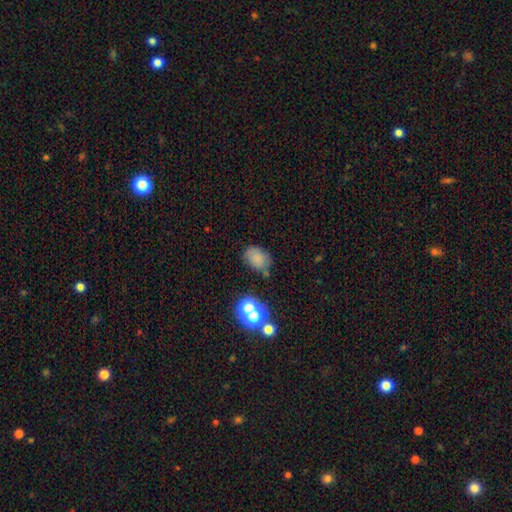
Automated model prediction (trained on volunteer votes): A smooth galaxy with no disk features (75%) that is in between round and cigar-shaped (73%). Merging: none (67%).